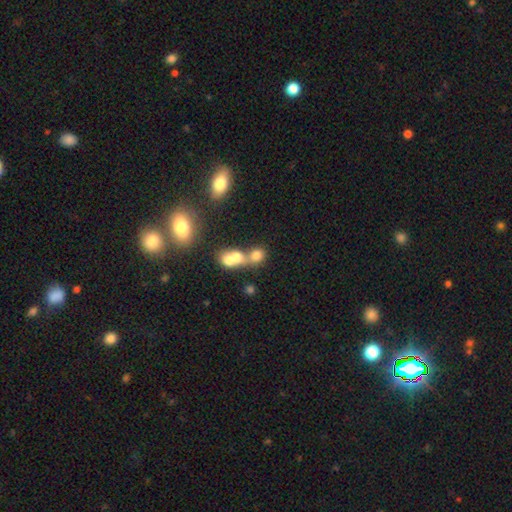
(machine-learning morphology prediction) A smooth galaxy with no disk features (70%) that is round (70%).

Vote fractions:
- Smooth or featured? smooth: 70% / featured or disk: 16% / star or artifact: 14%
- How rounded? round: 70% / in between: 28% / cigar-shaped: 2%
- Merging? merger: 62% / none: 27% / minor disturbance: 6% / major disturbance: 4%